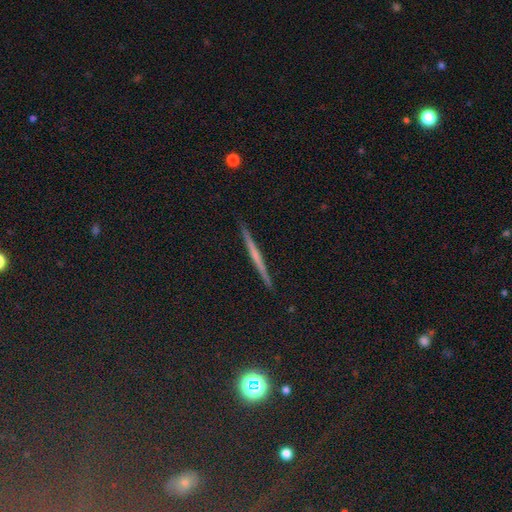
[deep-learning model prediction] Morphology: type=featured or disk (51%); edge-on=yes (97%); merging=none (92%).